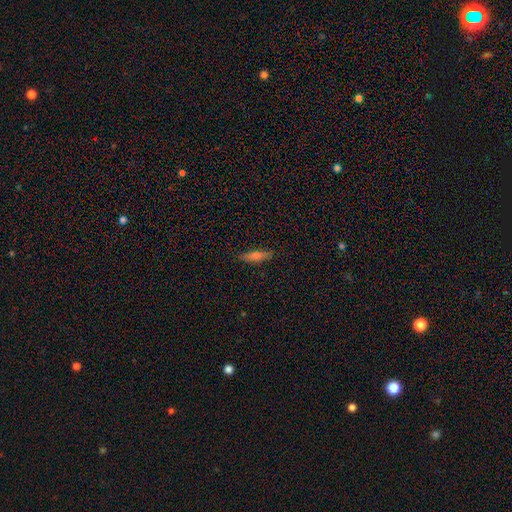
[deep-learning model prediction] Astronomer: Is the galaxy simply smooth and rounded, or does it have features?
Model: smooth — 61%.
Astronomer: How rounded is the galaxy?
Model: cigar-shaped — 77%.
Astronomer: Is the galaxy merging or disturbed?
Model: none — 87%.